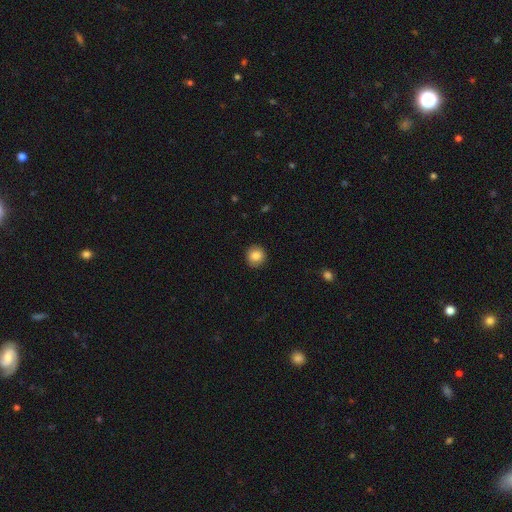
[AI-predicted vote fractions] Smooth or featured: smooth — 85% (star or artifact — 9%)
How rounded: round — 93% (in between — 6%)
Merging: none — 92% (minor disturbance — 6%)